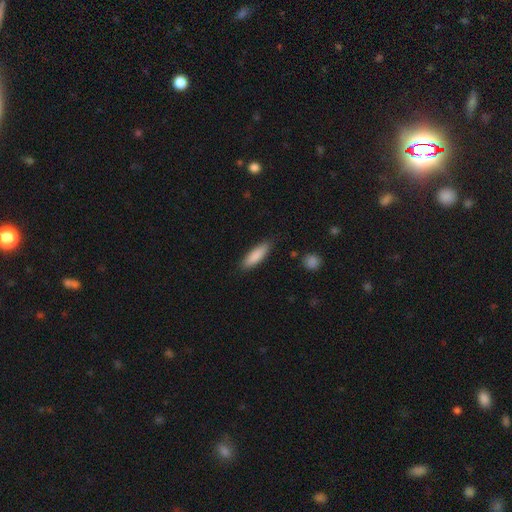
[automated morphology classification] Q: Smooth or featured?
A: smooth (86%); runner-up: featured or disk (8%)
Q: How rounded?
A: cigar-shaped (55%); runner-up: in between (43%)
Q: Merging?
A: none (85%); runner-up: minor disturbance (12%)